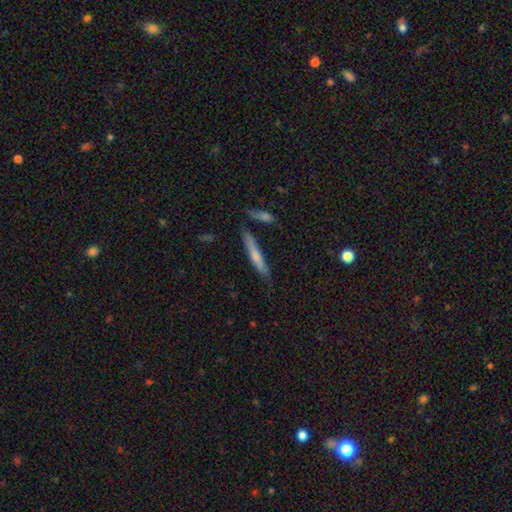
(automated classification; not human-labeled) Smooth or featured: smooth — 59% (featured or disk — 35%)
How rounded: cigar-shaped — 91% (in between — 7%)
Merging: none — 77% (minor disturbance — 14%)